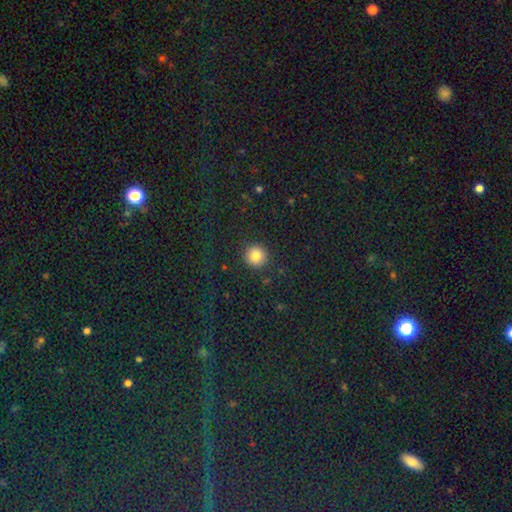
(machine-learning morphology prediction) Smooth or featured? Predicted: smooth (p=0.83). How rounded? Predicted: round (p=0.94). Merging? Predicted: none (p=0.91).